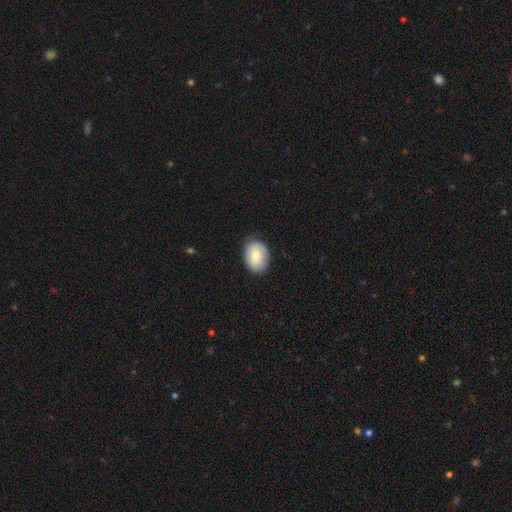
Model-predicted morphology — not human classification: A smooth galaxy with no disk features (76%) that is in between round and cigar-shaped (66%). Merging: none (83%).